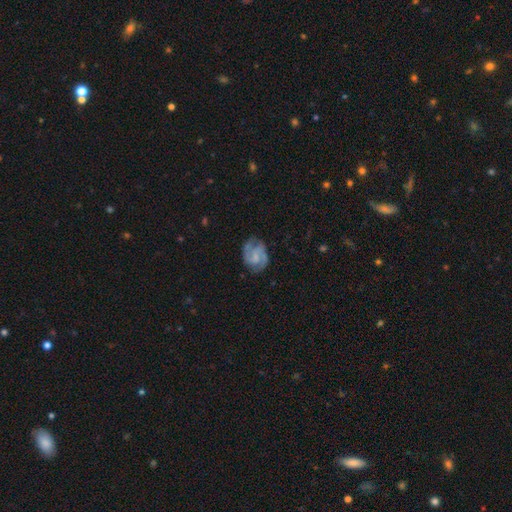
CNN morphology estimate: Smooth or featured?
  - featured or disk: 73% *
  - smooth: 20%
  - star or artifact: 7%
Edge-on disk?
  - no: 98% *
  - yes: 2%
Bar?
  - no: 48% *
  - weak: 42%
  - strong: 10%
Spiral arms?
  - yes: 92% *
  - no: 8%
Spiral winding?
  - medium: 49% *
  - tight: 33%
  - loose: 18%
Spiral arm count?
  - 2: 62% *
  - 3: 16%
  - can't tell: 13%
  - 1: 3%
  - 4: 3%
  - more than 4: 2%
Bulge size?
  - none: 41% *
  - small: 34%
  - moderate: 21%
  - large: 4%
  - dominant: 1%
Merging?
  - none: 68% *
  - minor disturbance: 21%
  - major disturbance: 10%
  - merger: 2%